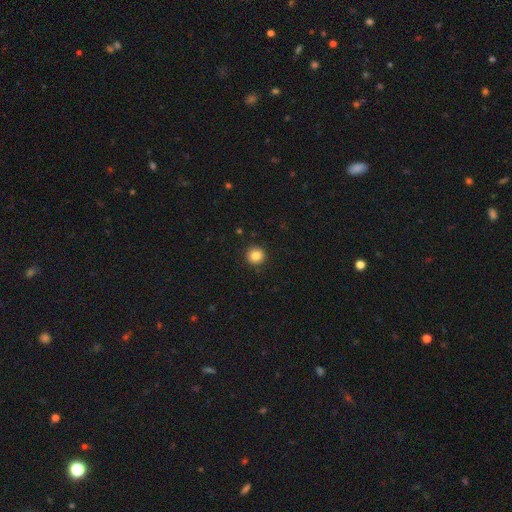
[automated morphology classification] smooth 84%, star or artifact 10%, featured or disk 6%. Down the decision tree: how rounded — round (94%); merging — none (92%).